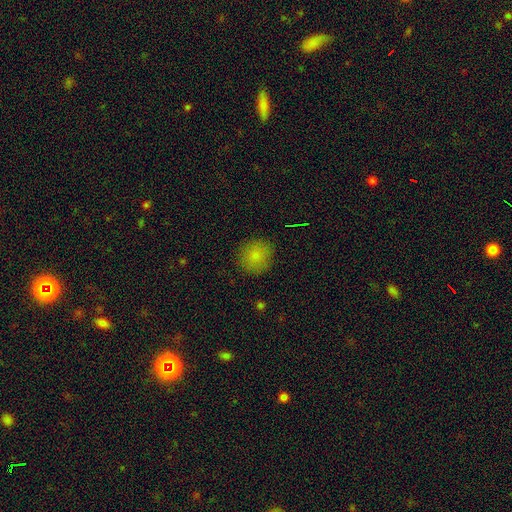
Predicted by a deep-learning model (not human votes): Smooth or featured?
  - smooth: 81% *
  - star or artifact: 12%
  - featured or disk: 8%
How rounded?
  - round: 89% *
  - in between: 10%
  - cigar-shaped: 1%
Merging?
  - none: 87% *
  - minor disturbance: 9%
  - major disturbance: 3%
  - merger: 1%